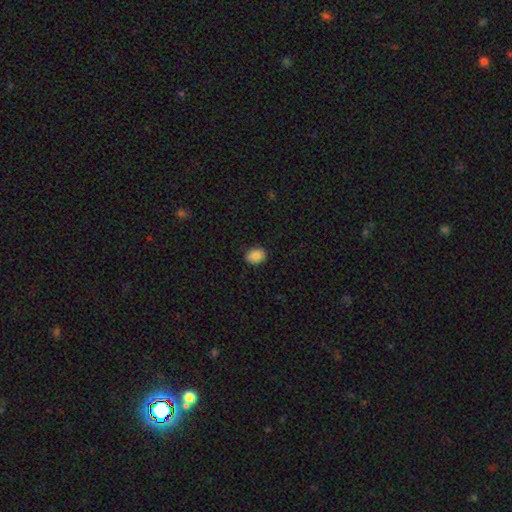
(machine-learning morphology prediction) smooth 87%, star or artifact 8%, featured or disk 5%. Down the decision tree: how rounded — in between (68%); merging — none (88%).